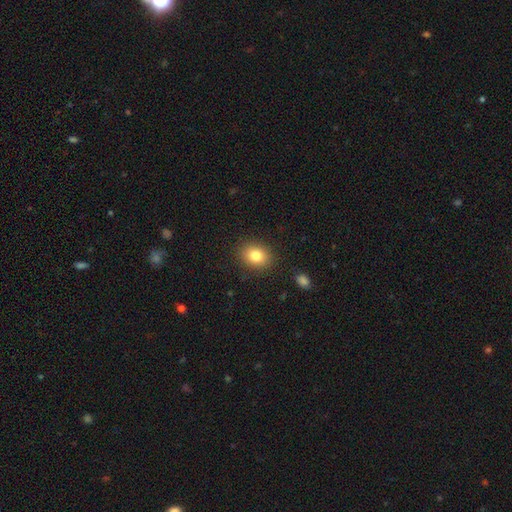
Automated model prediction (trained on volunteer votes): Overall: smooth (81%). How rounded: in between (53%; round 46%). Merging: none (88%).